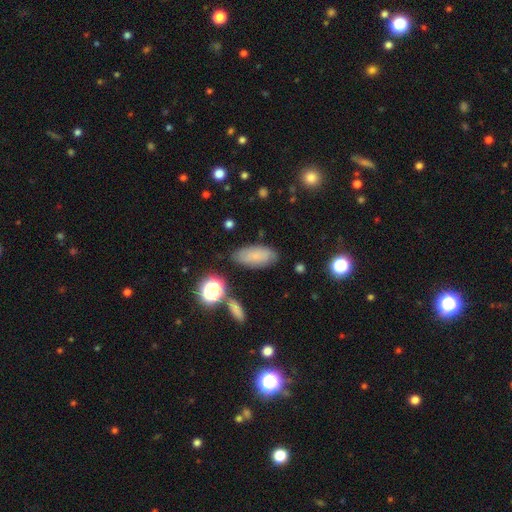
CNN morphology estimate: Smooth or featured?
  - smooth: 73% *
  - featured or disk: 16%
  - star or artifact: 11%
How rounded?
  - in between: 86% *
  - cigar-shaped: 11%
  - round: 3%
Merging?
  - none: 78% *
  - minor disturbance: 14%
  - major disturbance: 4%
  - merger: 3%